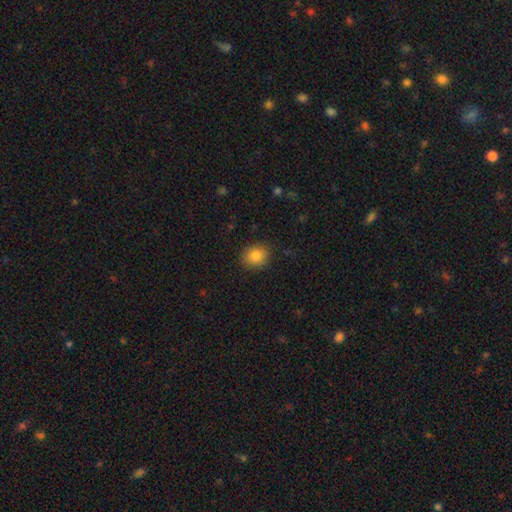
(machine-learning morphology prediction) This is clearly a smooth galaxy (84%). How rounded: likely round (70%). Merging: clearly none (87%).